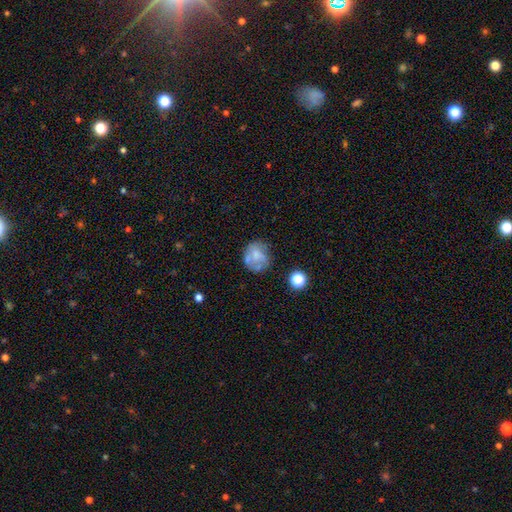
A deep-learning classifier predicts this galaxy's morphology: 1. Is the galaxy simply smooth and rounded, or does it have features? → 49% smooth, 40% featured or disk, 11% star or artifact.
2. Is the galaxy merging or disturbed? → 52% none, 24% minor disturbance, 16% major disturbance, 7% merger.